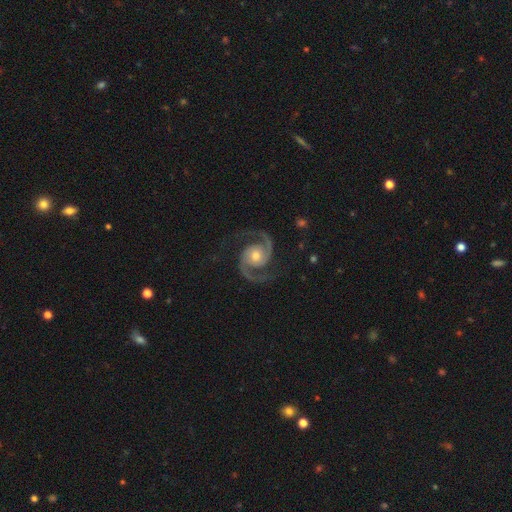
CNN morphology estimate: This is clearly a featured or disk galaxy (94%). It is clearly not viewed edge-on (98%). Bar: likely no (69%). Spiral arm pattern: clearly yes (99%). Spiral arm count: clearly 2 (95%). Spiral winding: likely medium (63%). Central bulge: likely moderate (67%). Merging: clearly none (83%).